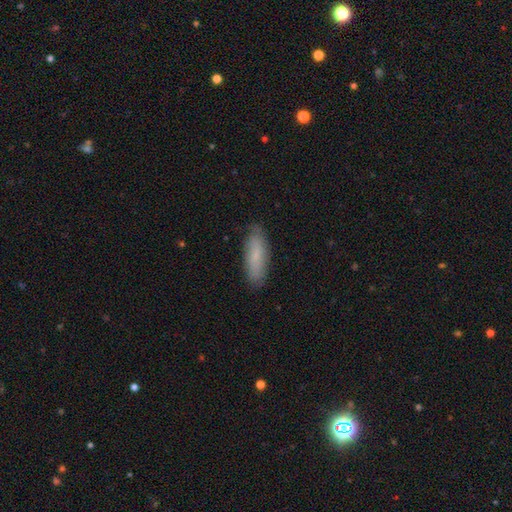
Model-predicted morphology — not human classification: smooth_or_featured: smooth (p=0.76) [alt: featured or disk p=0.18]
how_rounded: in between (p=0.50) [alt: cigar-shaped p=0.48]
merging: none (p=0.84) [alt: minor disturbance p=0.13]